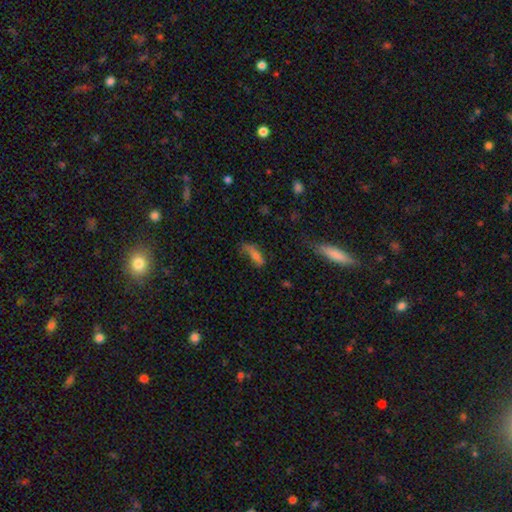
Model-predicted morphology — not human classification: This appears to be a smooth galaxy with no disk features (62%) that is in between round and cigar-shaped (53%). Merging: none (41%).